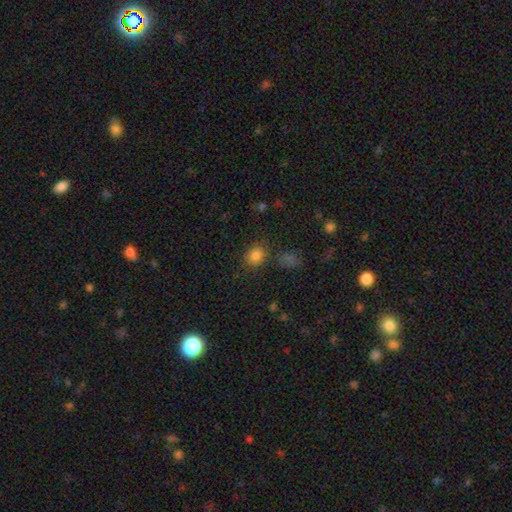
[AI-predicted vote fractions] A smooth galaxy with no disk features (82%) that is round (65%). Merging: none (76%).